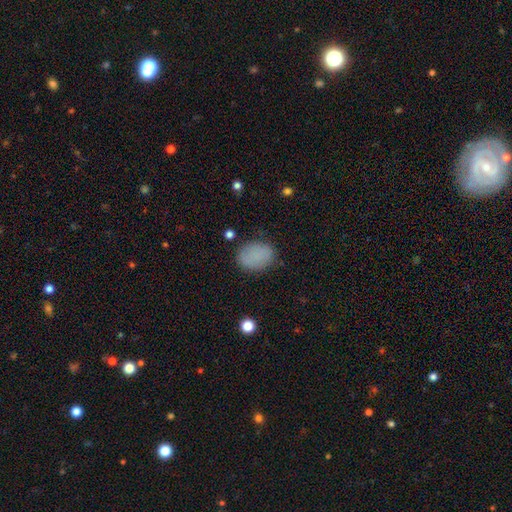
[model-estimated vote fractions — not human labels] The model was most divided on "how rounded": in between: 70%, round: 29%, cigar-shaped: 1%. More confident: smooth or featured — smooth (85%); merging — none (81%).